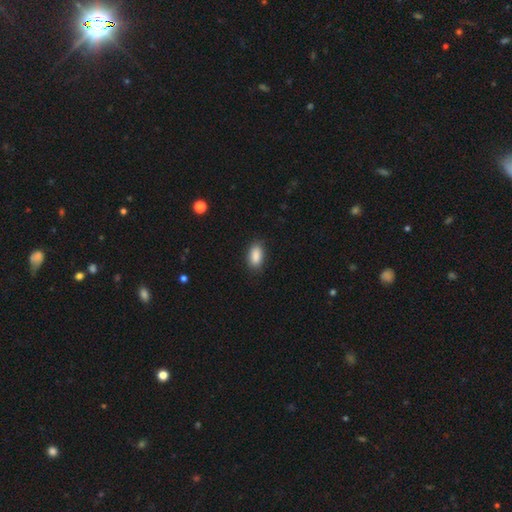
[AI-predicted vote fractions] Overall: smooth (88%). How rounded: in between (91%). Merging: none (81%).